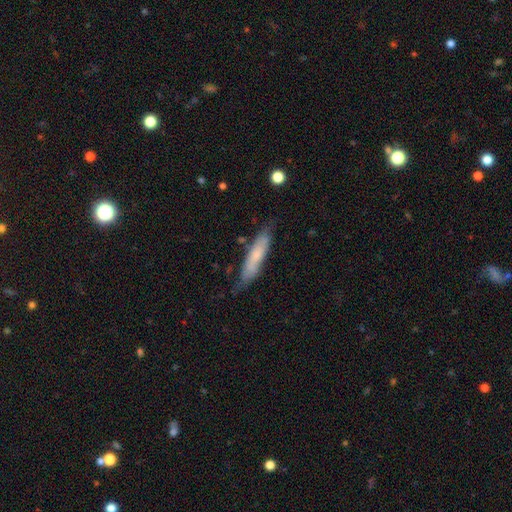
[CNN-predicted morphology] Smooth or featured: smooth — 61% (featured or disk — 33%)
How rounded: cigar-shaped — 80% (in between — 19%)
Merging: none — 68% (minor disturbance — 24%)